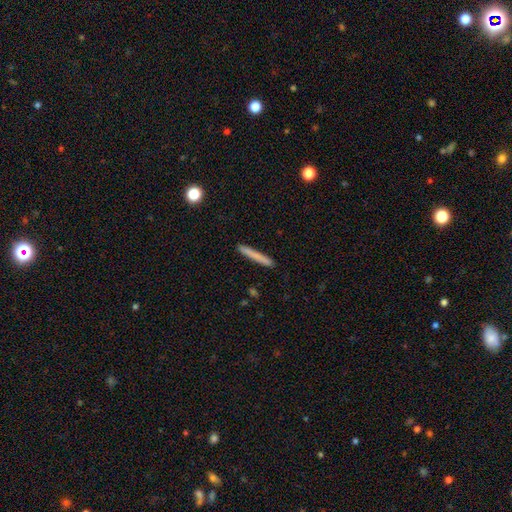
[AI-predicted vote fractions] Overall: smooth (74%). How rounded: cigar-shaped (97%). Merging: none (91%).